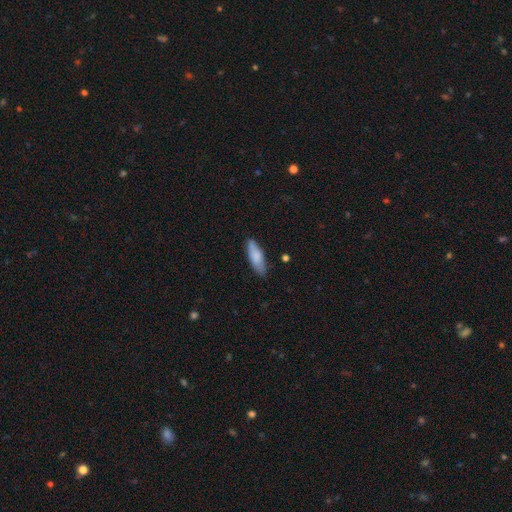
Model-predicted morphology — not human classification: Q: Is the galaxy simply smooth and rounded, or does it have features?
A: smooth — 79%.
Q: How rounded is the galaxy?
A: in between — 53%.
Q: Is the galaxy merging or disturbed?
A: none — 79%.